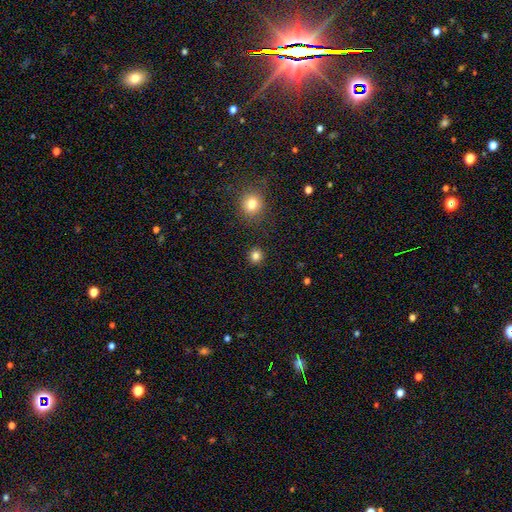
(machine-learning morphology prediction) Smooth or featured? Predicted: smooth (p=0.82). How rounded? Predicted: round (p=0.92). Merging? Predicted: none (p=0.91).